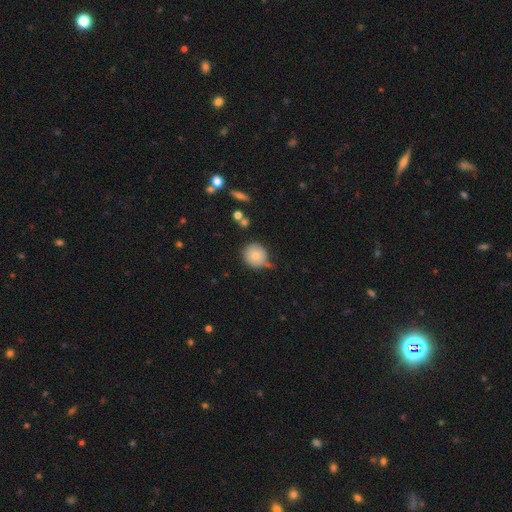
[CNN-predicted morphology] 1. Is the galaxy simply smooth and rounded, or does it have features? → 77% smooth, 13% featured or disk, 10% star or artifact.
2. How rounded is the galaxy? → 92% round, 7% in between, 1% cigar-shaped.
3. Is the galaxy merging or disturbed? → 66% none, 22% minor disturbance, 7% merger, 5% major disturbance.